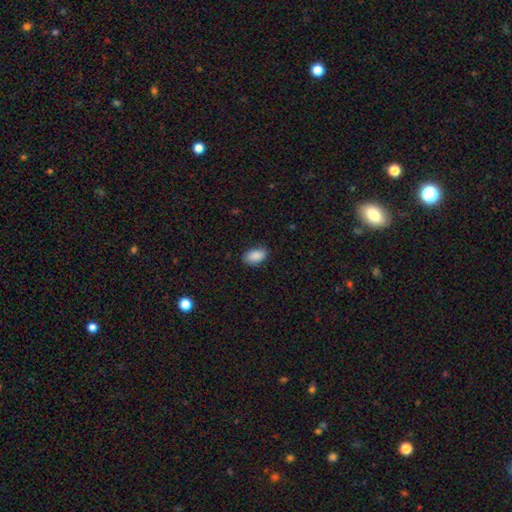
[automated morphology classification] type=smooth (89%); roundness=in between (91%); merging=none (82%).